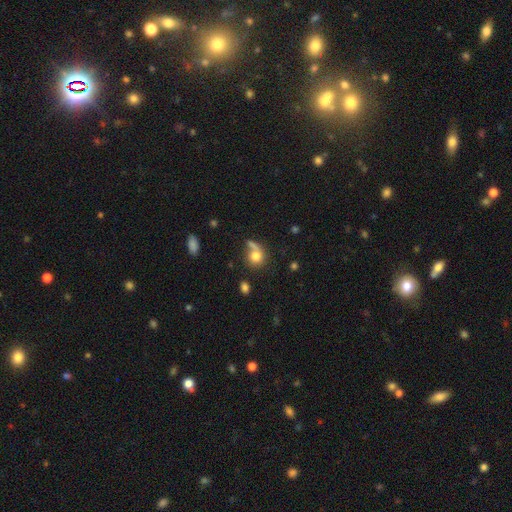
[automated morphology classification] Smooth or featured?
  - smooth: 75% *
  - featured or disk: 15%
  - star or artifact: 10%
How rounded?
  - round: 77% *
  - in between: 21%
  - cigar-shaped: 2%
Merging?
  - none: 46% *
  - merger: 26%
  - major disturbance: 14%
  - minor disturbance: 14%